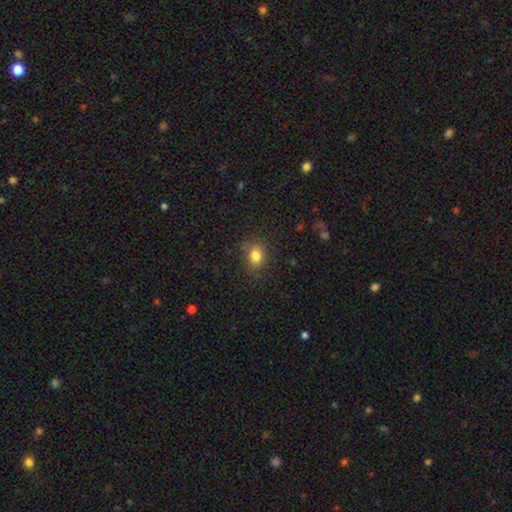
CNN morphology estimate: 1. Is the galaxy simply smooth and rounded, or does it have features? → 81% smooth, 12% star or artifact, 7% featured or disk.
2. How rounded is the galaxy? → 51% in between, 48% round, 1% cigar-shaped.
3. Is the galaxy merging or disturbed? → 78% none, 15% minor disturbance, 5% major disturbance, 2% merger.